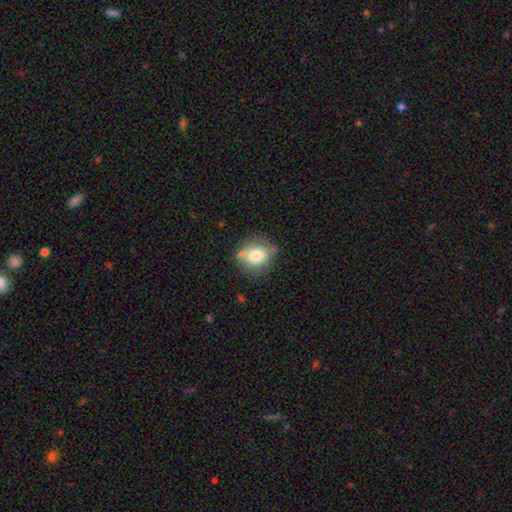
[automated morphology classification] Smooth or featured: smooth — 76% (featured or disk — 15%)
How rounded: round — 60% (in between — 39%)
Merging: none — 65% (minor disturbance — 22%)